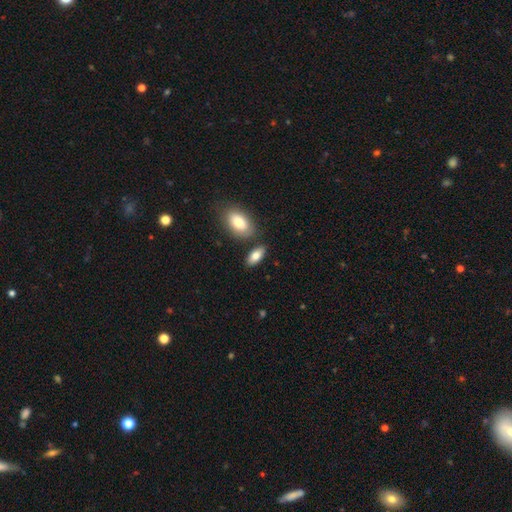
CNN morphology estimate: The model was most divided on "merging": none: 75%, merger: 11%, minor disturbance: 11%, major disturbance: 3%. More confident: how rounded — in between (88%); smooth or featured — smooth (80%).